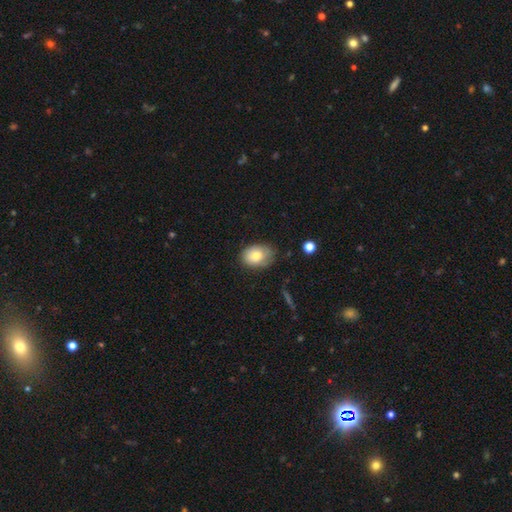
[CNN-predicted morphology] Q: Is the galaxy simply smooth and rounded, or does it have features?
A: smooth — 78%.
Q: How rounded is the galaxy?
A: in between — 75%.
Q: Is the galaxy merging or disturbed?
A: none — 69%.